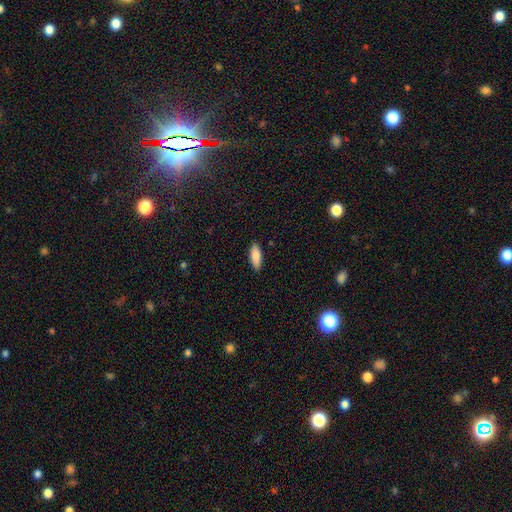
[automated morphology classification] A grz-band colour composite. It shows a smooth galaxy with no disk features (86%) that is in between round and cigar-shaped (71%). Merging: none (88%).